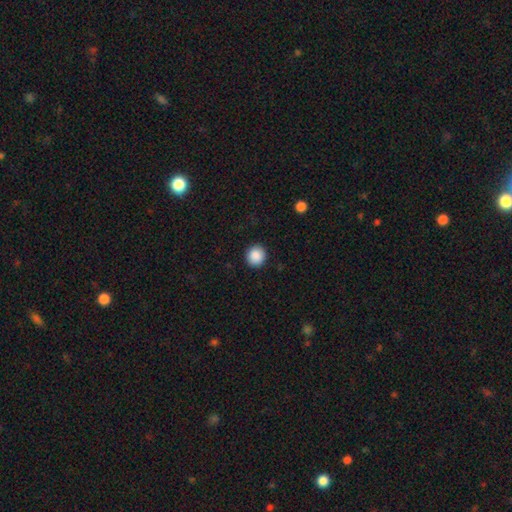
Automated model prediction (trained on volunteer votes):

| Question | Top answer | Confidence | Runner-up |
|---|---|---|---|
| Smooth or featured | smooth | 89% | star or artifact (8%) |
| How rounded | round | 91% | in between (8%) |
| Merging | none | 92% | minor disturbance (5%) |